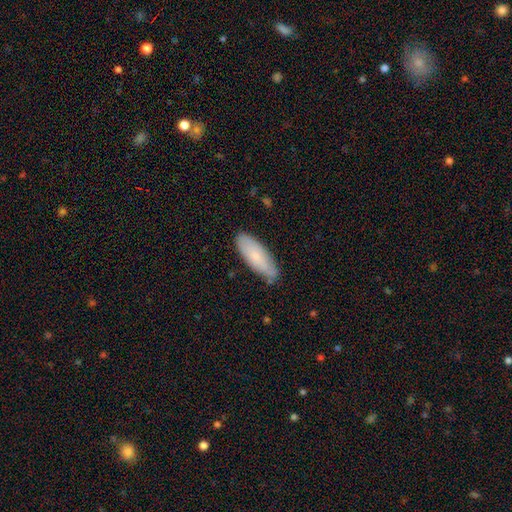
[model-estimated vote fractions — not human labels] The model was most divided on "how rounded": in between: 65%, cigar-shaped: 33%, round: 2%. More confident: merging — none (79%); smooth or featured — smooth (75%).